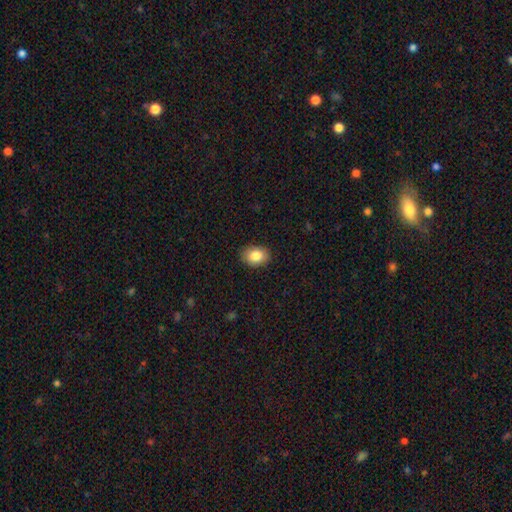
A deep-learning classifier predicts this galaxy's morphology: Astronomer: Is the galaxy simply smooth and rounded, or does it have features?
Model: smooth — 85%.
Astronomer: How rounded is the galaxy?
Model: in between — 71%.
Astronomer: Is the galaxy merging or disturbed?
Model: none — 88%.